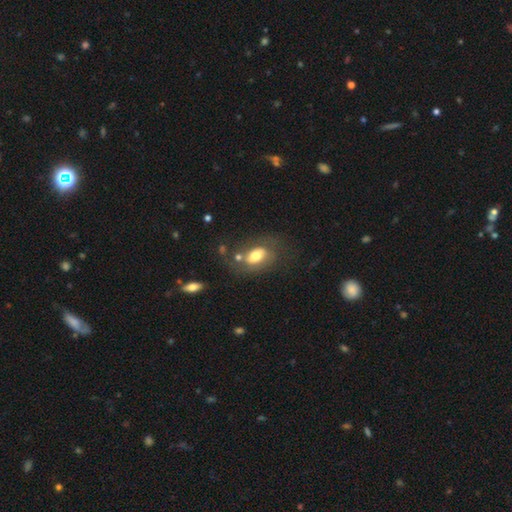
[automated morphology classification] smooth_or_featured: smooth (p=0.61) [alt: featured or disk p=0.30]
how_rounded: in between (p=0.84) [alt: round p=0.14]
merging: none (p=0.52) [alt: minor disturbance p=0.21]